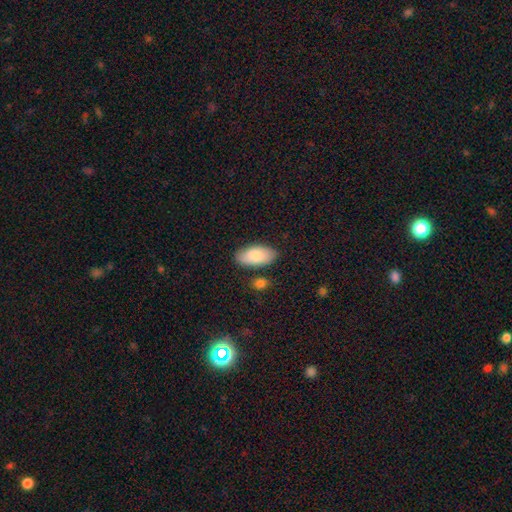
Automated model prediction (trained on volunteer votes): The model was most divided on "merging": none: 79%, minor disturbance: 13%, merger: 5%, major disturbance: 3%. More confident: how rounded — in between (94%); smooth or featured — smooth (84%).